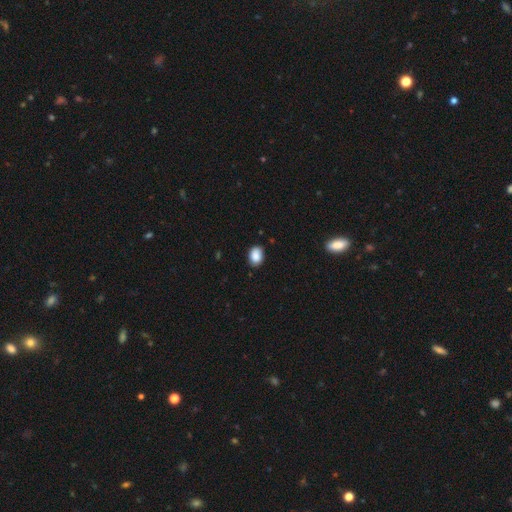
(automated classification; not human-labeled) A smooth galaxy with no disk features (88%) that is in between round and cigar-shaped (67%). Merging: none (82%).